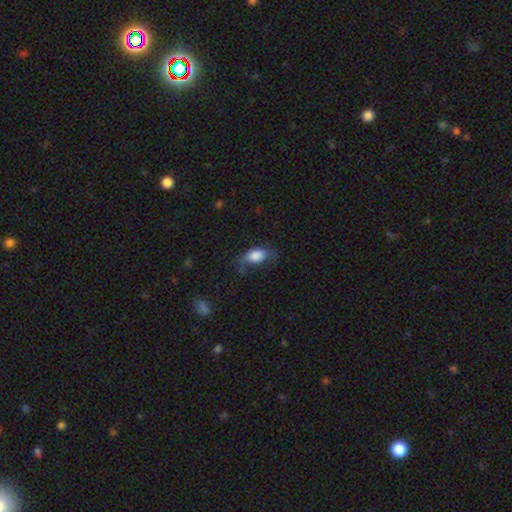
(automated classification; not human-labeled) Overall: smooth (77%). How rounded: in between (89%). Merging: none (40%; minor disturbance 31%).